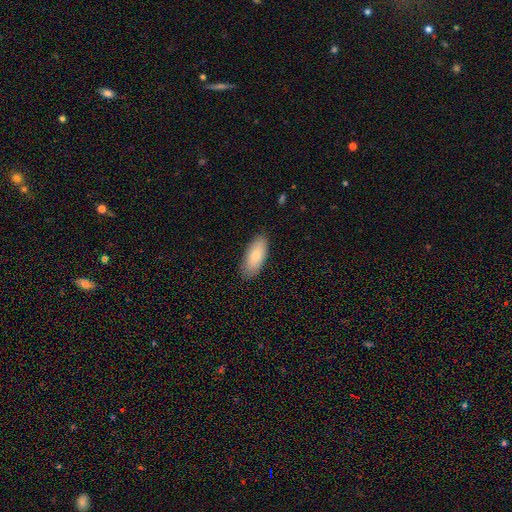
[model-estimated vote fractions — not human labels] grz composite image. It shows a smooth galaxy with no disk features (81%) that is in between round and cigar-shaped (87%). Merging: none (86%).